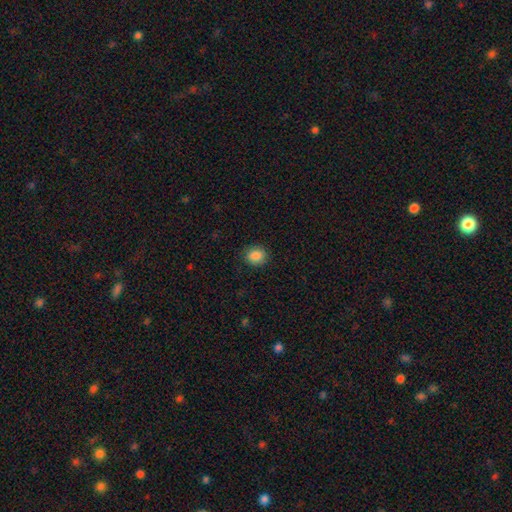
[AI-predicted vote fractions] smooth 87%, star or artifact 9%, featured or disk 4%. Down the decision tree: how rounded — round (66%); merging — none (88%).